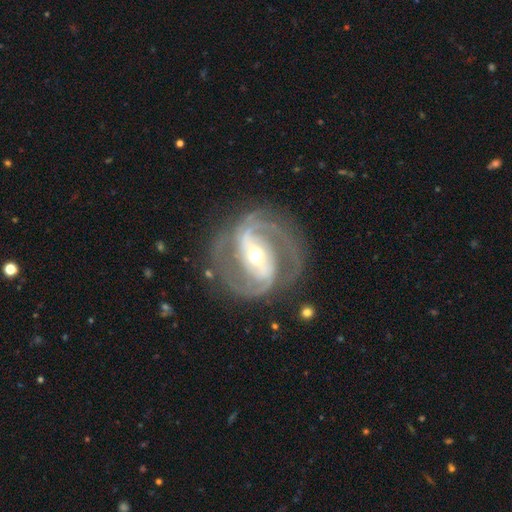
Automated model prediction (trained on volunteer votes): Q: Smooth or featured?
A: featured or disk (92%); runner-up: star or artifact (5%)
Q: Edge-on disk?
A: no (97%); runner-up: yes (3%)
Q: Bar?
A: strong (55%); runner-up: weak (31%)
Q: Spiral arms?
A: yes (98%); runner-up: no (2%)
Q: Spiral winding?
A: medium (51%); runner-up: tight (39%)
Q: Spiral arm count?
A: 2 (71%); runner-up: 3 (16%)
Q: Bulge size?
A: moderate (57%); runner-up: small (37%)
Q: Merging?
A: none (77%); runner-up: minor disturbance (14%)